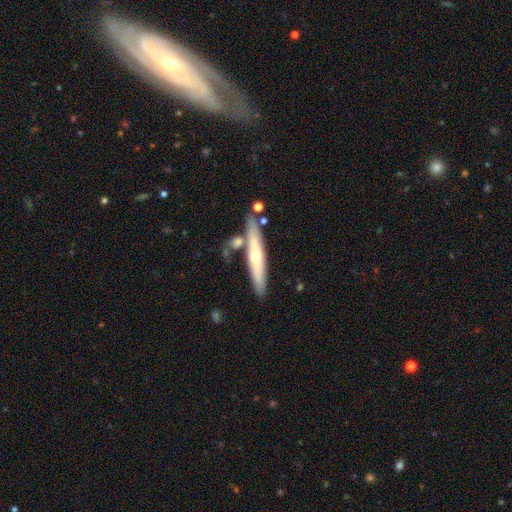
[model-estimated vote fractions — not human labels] Smooth or featured?
  - featured or disk: 55% *
  - smooth: 40%
  - star or artifact: 6%
Edge-on disk?
  - yes: 86% *
  - no: 14%
Merging?
  - none: 72% *
  - minor disturbance: 12%
  - merger: 12%
  - major disturbance: 3%